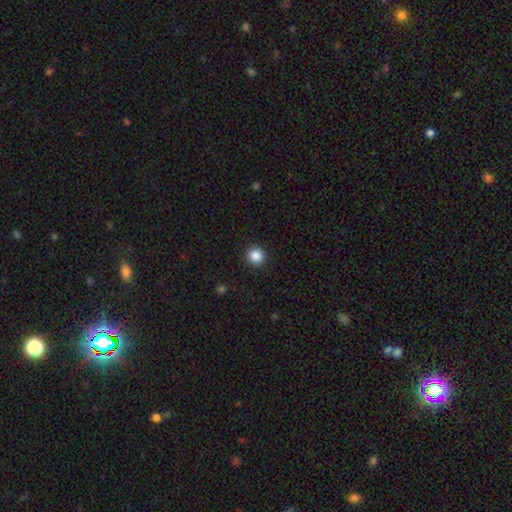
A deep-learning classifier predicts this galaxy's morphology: A smooth galaxy with no disk features (87%) that is round (94%). Merging: none (92%).